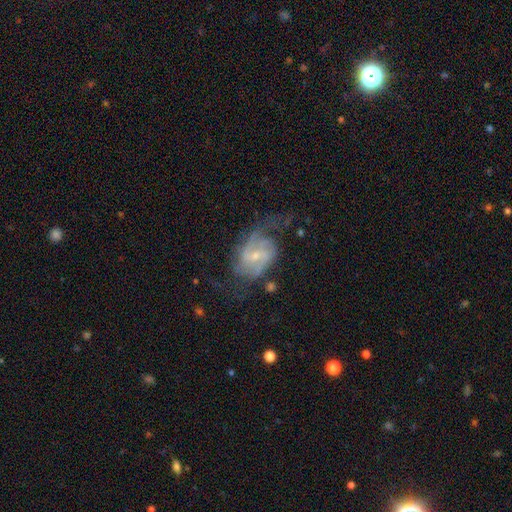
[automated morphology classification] This appears to be a featured or disk galaxy (83%) with a weak bar (53%), 2 (65%) medium (46%) spiral arms (93%) and a small central bulge (64%). Merging: none (52%).